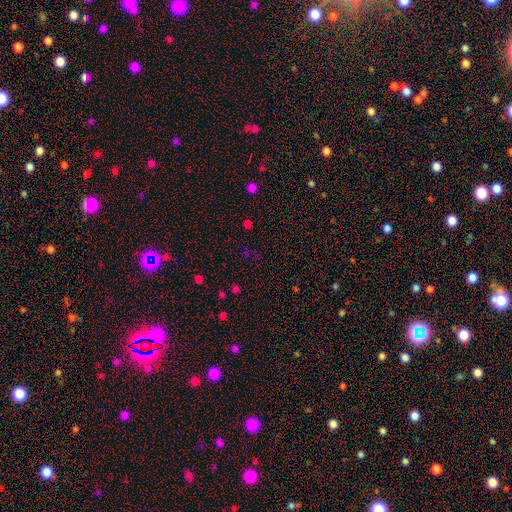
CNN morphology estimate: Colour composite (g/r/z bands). It shows a star or artifact, not a galaxy (55%).